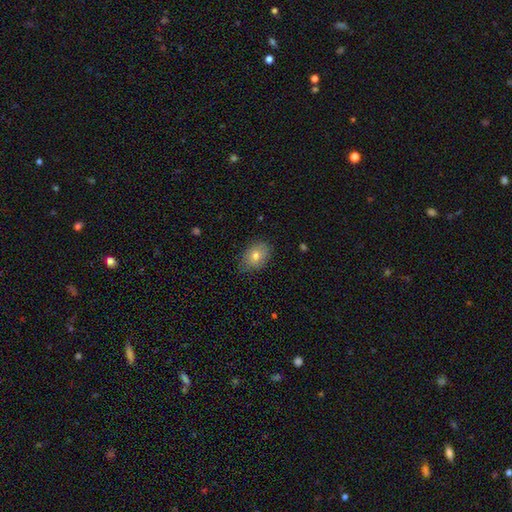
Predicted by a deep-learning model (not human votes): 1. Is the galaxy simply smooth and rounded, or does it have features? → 76% smooth, 15% featured or disk, 9% star or artifact.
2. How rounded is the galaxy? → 71% in between, 28% round, 1% cigar-shaped.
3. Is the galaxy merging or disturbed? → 77% none, 19% minor disturbance, 3% major disturbance, 1% merger.